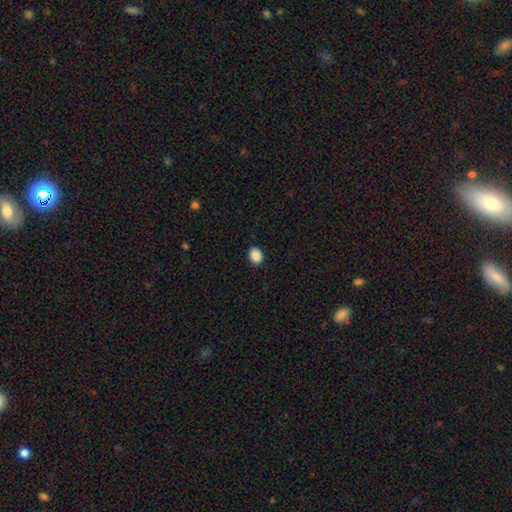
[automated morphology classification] This appears to be a smooth galaxy with no disk features (89%) that is in between round and cigar-shaped (51%). Merging: none (88%).